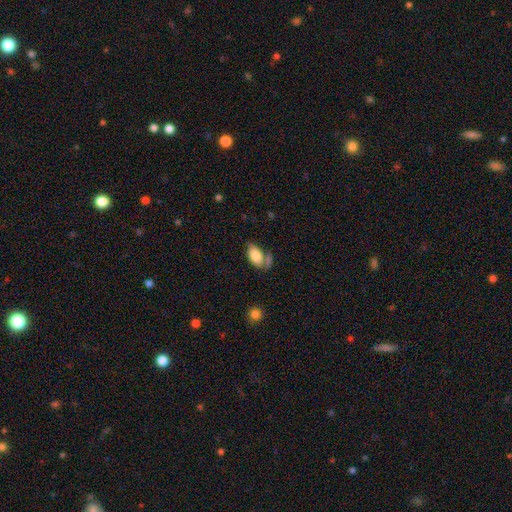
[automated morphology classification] smooth_or_featured: smooth (p=0.81) [alt: featured or disk p=0.12]
how_rounded: in between (p=0.93) [alt: round p=0.05]
merging: none (p=0.46) [alt: minor disturbance p=0.22]